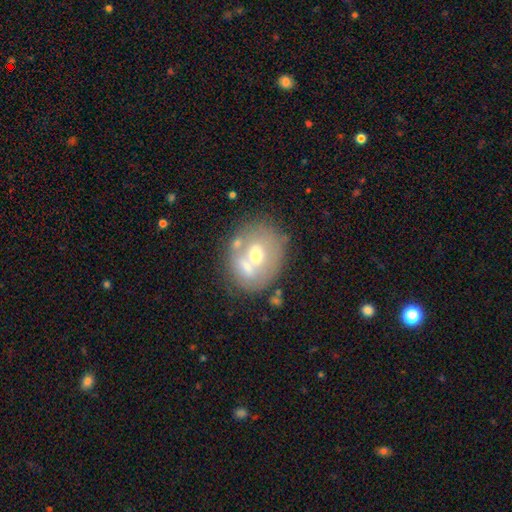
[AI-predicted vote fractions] Q: Smooth or featured?
A: smooth (49%); runner-up: featured or disk (40%)
Q: Merging?
A: none (50%); runner-up: merger (29%)